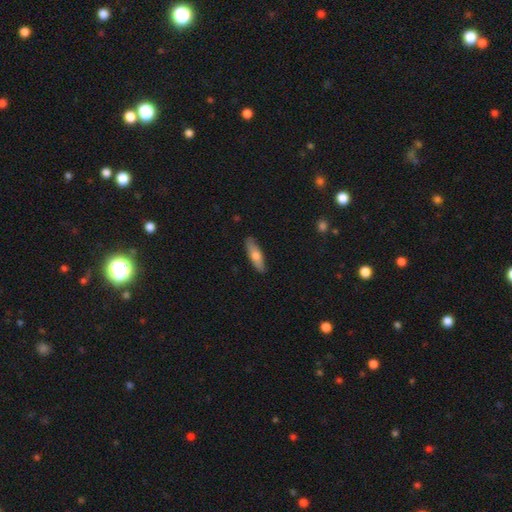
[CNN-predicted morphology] This appears to be a smooth galaxy with no disk features (66%) that is cigar-shaped (55%). Merging: none (88%).